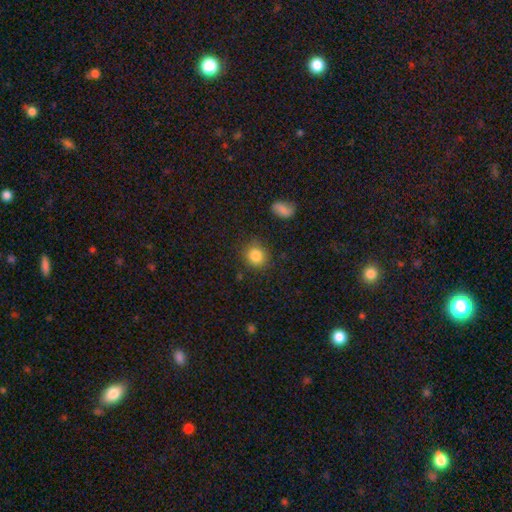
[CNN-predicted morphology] This appears to be a smooth galaxy with no disk features (85%) that is round (81%). Merging: none (83%).